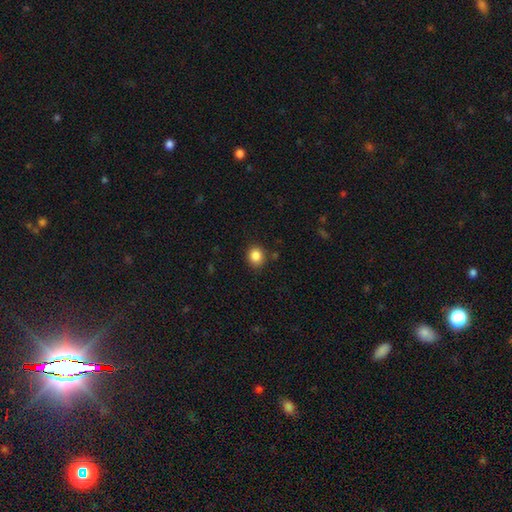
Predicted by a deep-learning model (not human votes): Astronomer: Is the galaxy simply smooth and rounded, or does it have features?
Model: smooth — 85%.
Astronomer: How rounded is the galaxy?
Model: round — 77%.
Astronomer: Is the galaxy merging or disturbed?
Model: none — 86%.